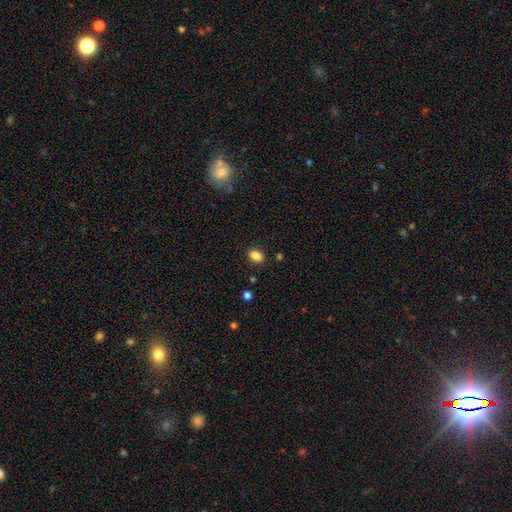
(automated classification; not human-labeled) smooth_or_featured: smooth (p=0.86) [alt: star or artifact p=0.09]
how_rounded: in between (p=0.84) [alt: round p=0.14]
merging: none (p=0.86) [alt: minor disturbance p=0.09]